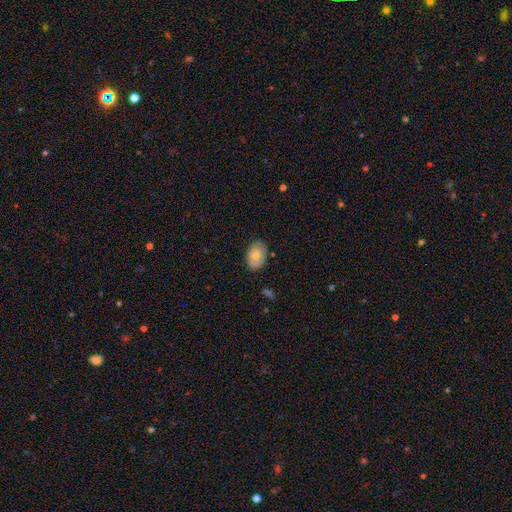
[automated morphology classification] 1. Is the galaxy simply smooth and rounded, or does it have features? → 70% smooth, 23% featured or disk, 7% star or artifact.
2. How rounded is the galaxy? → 84% in between, 15% round, 1% cigar-shaped.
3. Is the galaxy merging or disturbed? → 79% none, 16% minor disturbance, 3% major disturbance, 1% merger.